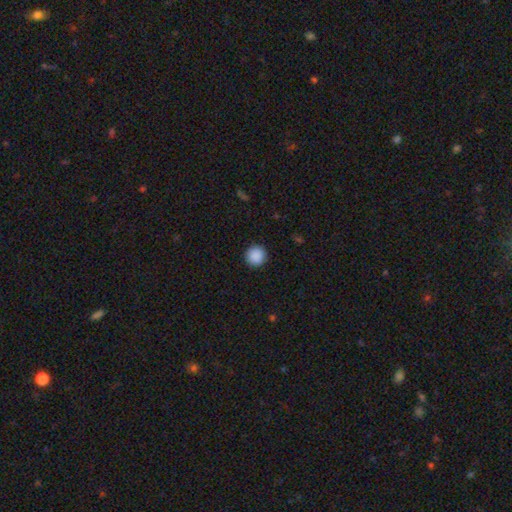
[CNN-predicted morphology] Smooth or featured? smooth (90%)
How rounded? round (95%)
Merging? none (92%)